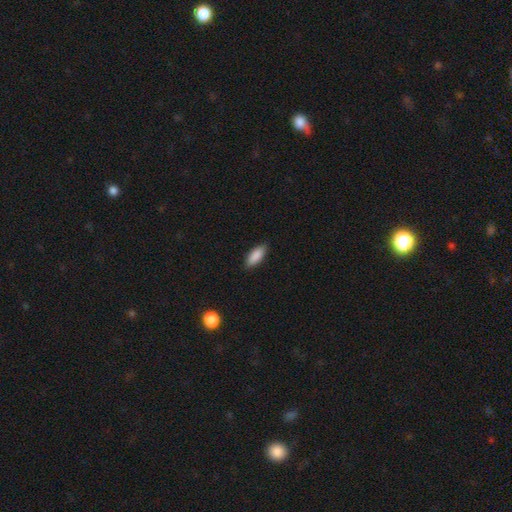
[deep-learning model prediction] Overall: smooth (89%). How rounded: in between (77%). Merging: none (87%).